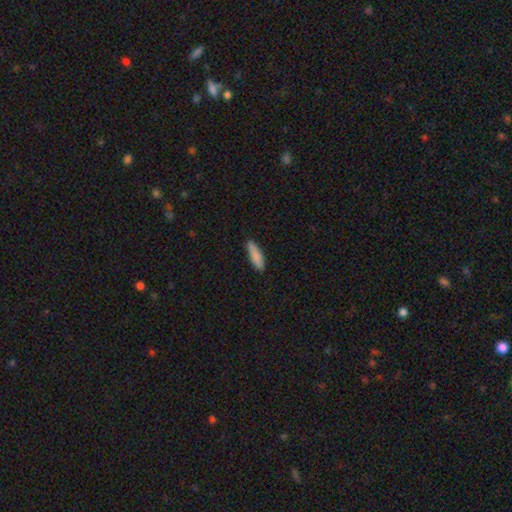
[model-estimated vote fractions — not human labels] Smooth or featured? smooth (86%)
How rounded? cigar-shaped (66%)
Merging? none (86%)